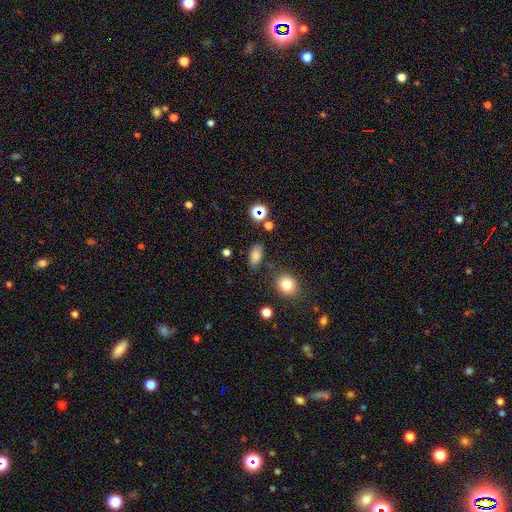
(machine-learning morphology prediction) Q: Smooth or featured?
A: smooth (75%); runner-up: star or artifact (16%)
Q: How rounded?
A: in between (86%); runner-up: round (10%)
Q: Merging?
A: none (78%); runner-up: minor disturbance (14%)